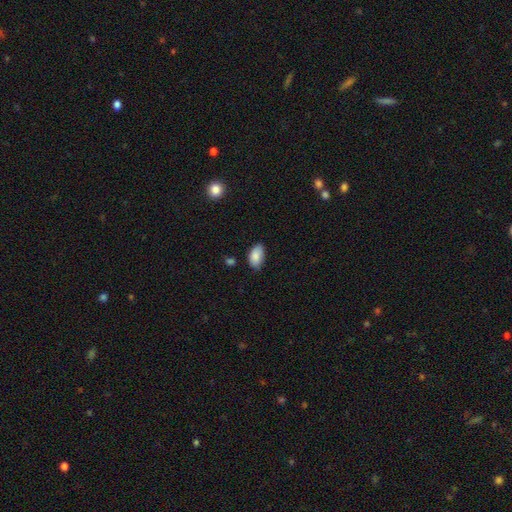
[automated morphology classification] The model was most divided on "merging": none: 68%, minor disturbance: 26%, major disturbance: 4%, merger: 2%. More confident: how rounded — in between (94%); smooth or featured — smooth (87%).